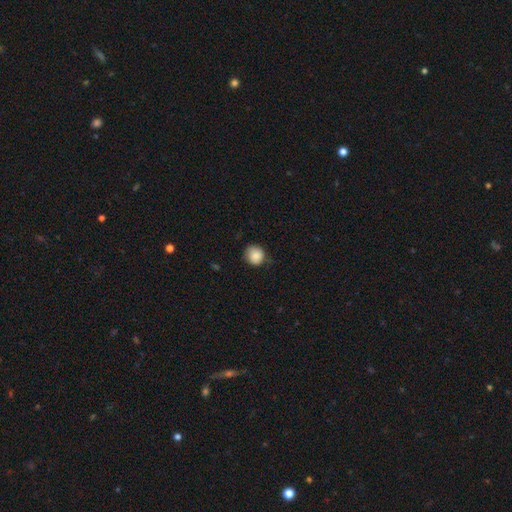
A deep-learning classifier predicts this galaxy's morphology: This appears to be a smooth galaxy with no disk features (86%) that is round (84%). Merging: none (69%).